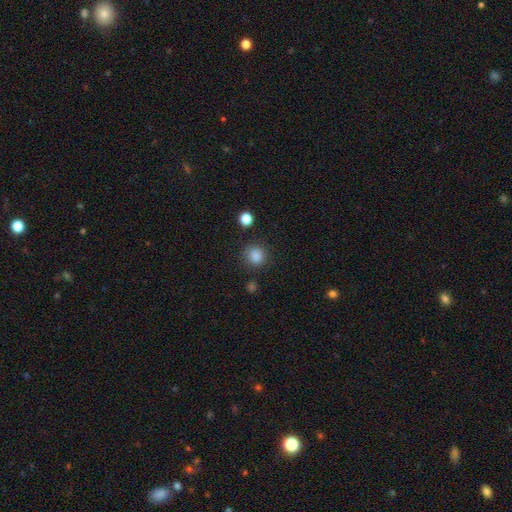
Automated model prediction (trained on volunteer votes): Q: Smooth or featured?
A: smooth (85%); runner-up: star or artifact (11%)
Q: How rounded?
A: round (89%); runner-up: in between (10%)
Q: Merging?
A: none (84%); runner-up: minor disturbance (10%)